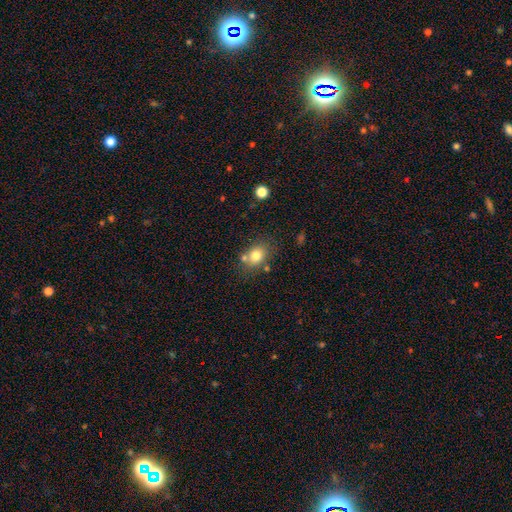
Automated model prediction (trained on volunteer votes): A smooth galaxy with no disk features (78%) that is in between round and cigar-shaped (54%).

Vote fractions:
- Smooth or featured? smooth: 78% / featured or disk: 12% / star or artifact: 11%
- How rounded? in between: 54% / round: 45% / cigar-shaped: 1%
- Merging? none: 64% / merger: 16% / minor disturbance: 15% / major disturbance: 5%